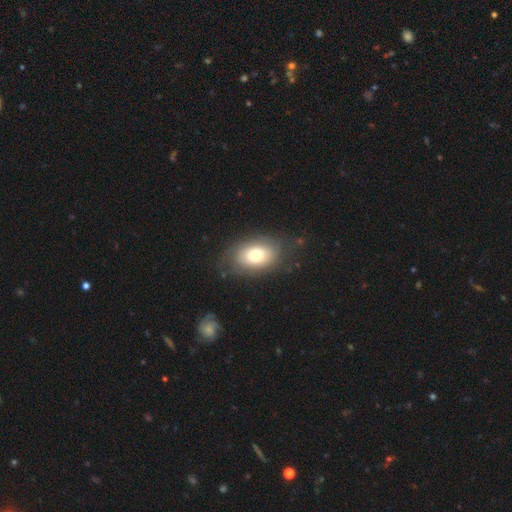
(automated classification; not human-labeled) Smooth or featured?
  - smooth: 65% *
  - featured or disk: 27%
  - star or artifact: 8%
How rounded?
  - in between: 85% *
  - round: 13%
  - cigar-shaped: 1%
Merging?
  - none: 72% *
  - minor disturbance: 18%
  - major disturbance: 8%
  - merger: 2%